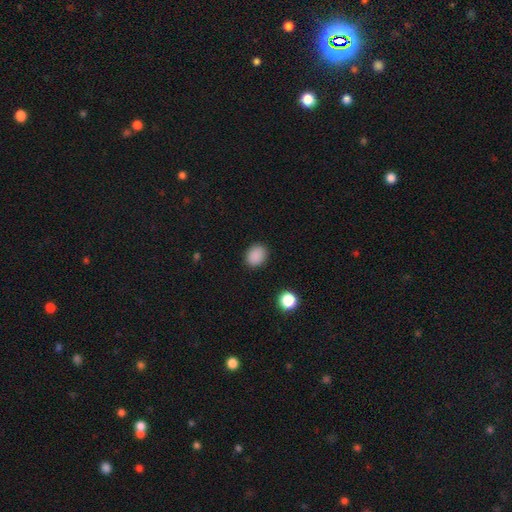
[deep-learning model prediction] Overall: smooth (88%). How rounded: in between (52%; round 47%). Merging: none (88%).